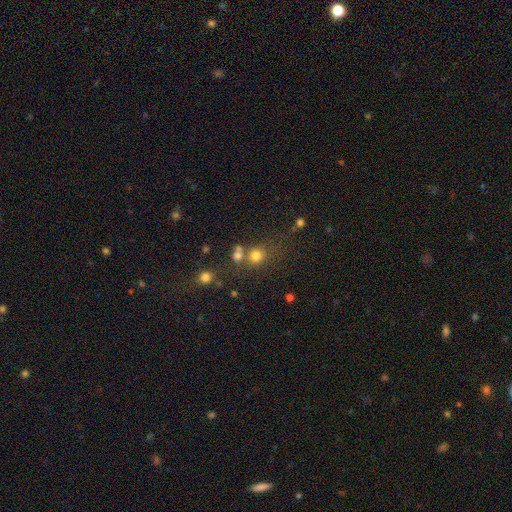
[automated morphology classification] This is likely a smooth galaxy (73%). How rounded: clearly round (83%). Merging: possibly none (55%).